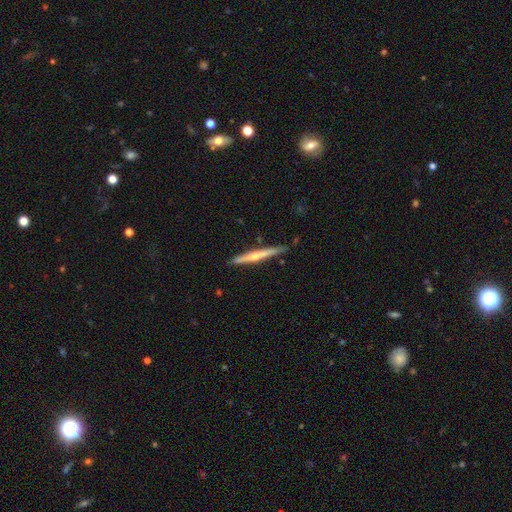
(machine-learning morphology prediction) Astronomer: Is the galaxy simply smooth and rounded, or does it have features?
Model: featured or disk — 58% (runner-up: smooth, 37%).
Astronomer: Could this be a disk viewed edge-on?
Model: yes — 97%.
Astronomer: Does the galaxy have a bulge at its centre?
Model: rounded — 65%.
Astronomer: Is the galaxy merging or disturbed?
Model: none — 85%.